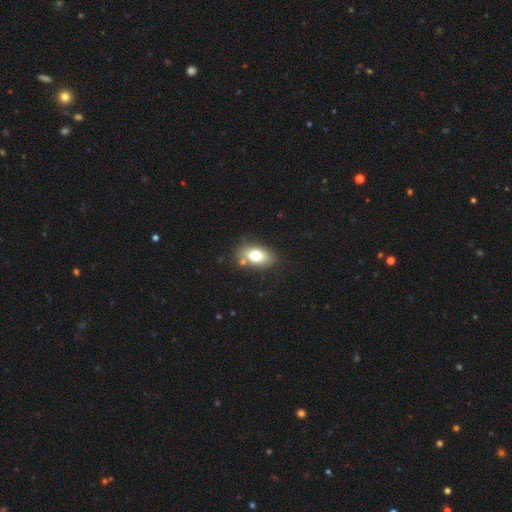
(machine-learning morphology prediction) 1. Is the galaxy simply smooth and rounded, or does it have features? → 73% smooth, 17% featured or disk, 9% star or artifact.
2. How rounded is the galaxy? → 86% in between, 12% round, 2% cigar-shaped.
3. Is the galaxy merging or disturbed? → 72% none, 16% minor disturbance, 8% merger, 4% major disturbance.